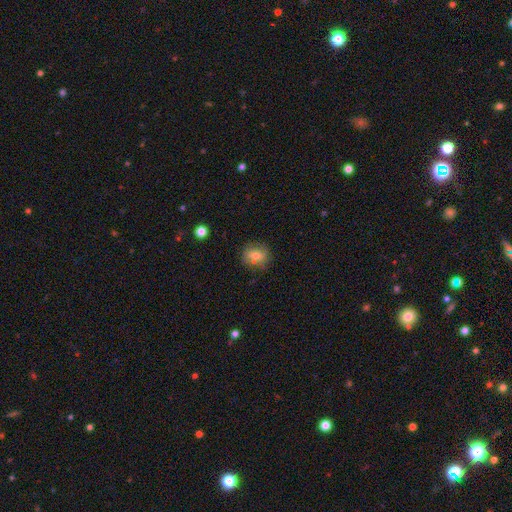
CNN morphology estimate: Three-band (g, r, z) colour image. It shows a smooth galaxy with no disk features (70%) that is round (64%). Merging: none (74%).